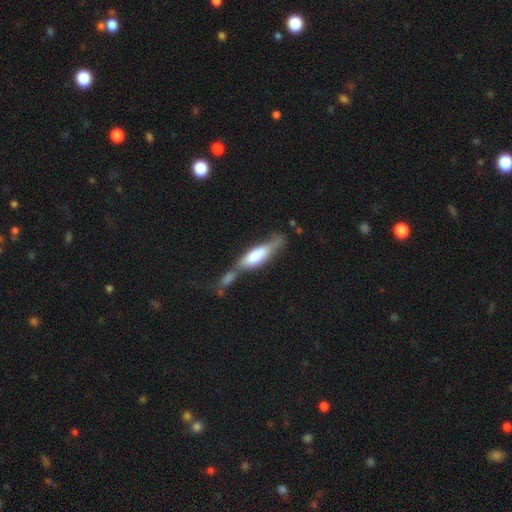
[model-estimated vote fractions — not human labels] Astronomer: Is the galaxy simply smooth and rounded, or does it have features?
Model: smooth — 54% (runner-up: featured or disk, 40%).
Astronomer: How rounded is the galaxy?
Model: cigar-shaped — 57% (runner-up: in between, 41%).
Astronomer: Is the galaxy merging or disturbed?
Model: merger — 40% (runner-up: none, 31%).